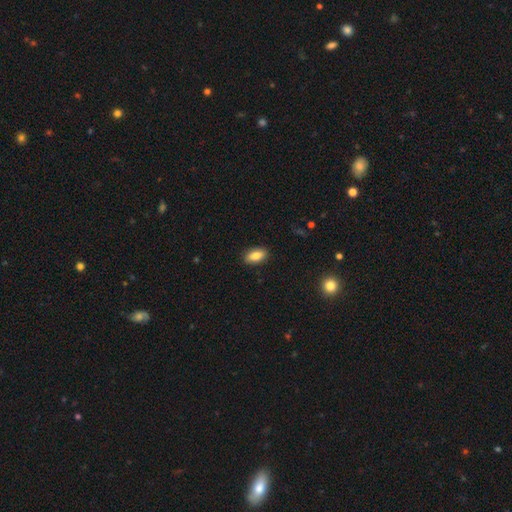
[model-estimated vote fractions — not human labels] Smooth or featured?
  - smooth: 83% *
  - featured or disk: 9%
  - star or artifact: 7%
How rounded?
  - in between: 90% *
  - cigar-shaped: 5%
  - round: 4%
Merging?
  - none: 88% *
  - minor disturbance: 9%
  - major disturbance: 2%
  - merger: 1%